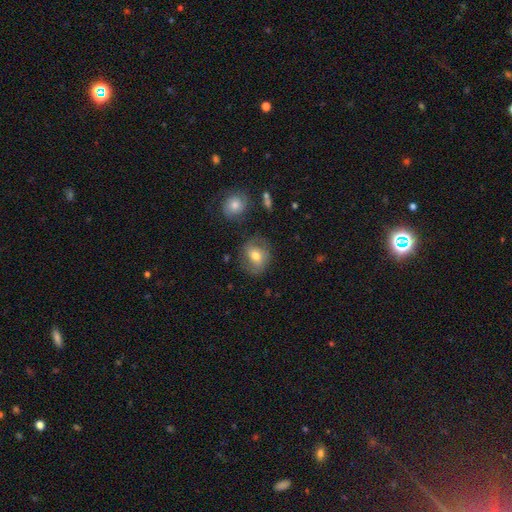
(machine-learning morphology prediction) type=smooth (58%); roundness=round (64%); merging=none (70%).